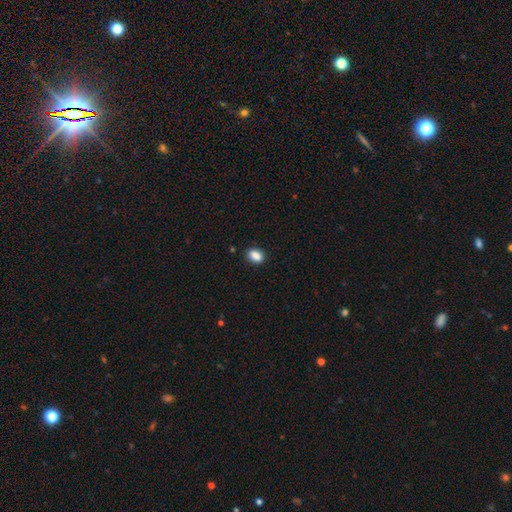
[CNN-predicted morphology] This is clearly a smooth galaxy (88%). How rounded: clearly in between (85%). Merging: clearly none (87%).